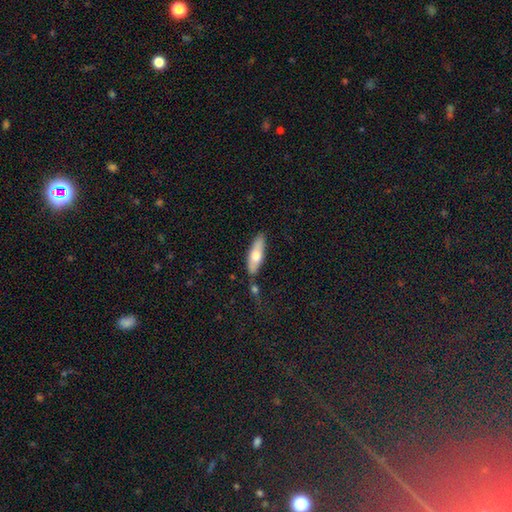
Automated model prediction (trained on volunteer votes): Smooth or featured?
  - smooth: 63% *
  - featured or disk: 31%
  - star or artifact: 6%
How rounded?
  - cigar-shaped: 51% *
  - in between: 47%
  - round: 2%
Merging?
  - none: 76% *
  - minor disturbance: 14%
  - merger: 7%
  - major disturbance: 3%